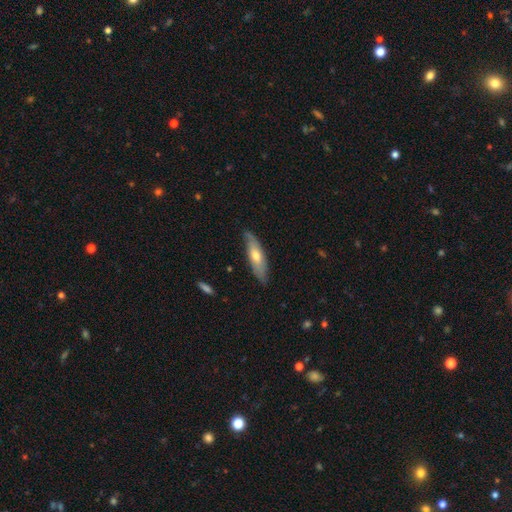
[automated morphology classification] smooth 52%, featured or disk 42%, star or artifact 6%. Down the decision tree: how rounded — cigar-shaped (56%); merging — none (76%).